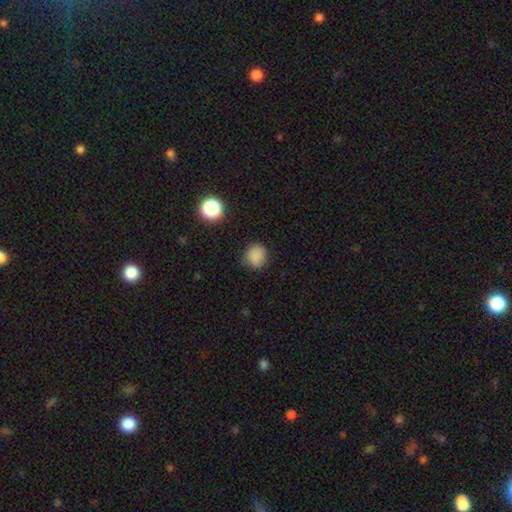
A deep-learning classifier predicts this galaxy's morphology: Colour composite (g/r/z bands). It shows a smooth galaxy with no disk features (84%) that is round (86%). Merging: none (84%).